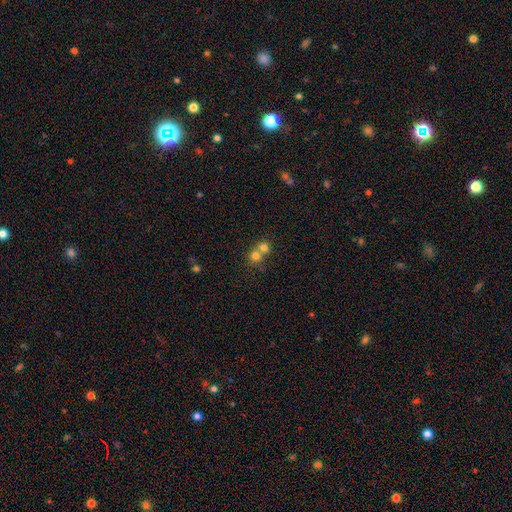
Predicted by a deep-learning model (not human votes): A smooth galaxy with no disk features (75%) that is round (85%).

Vote fractions:
- Smooth or featured? smooth: 75% / star or artifact: 13% / featured or disk: 12%
- How rounded? round: 85% / in between: 14% / cigar-shaped: 1%
- Merging? merger: 60% / none: 34% / minor disturbance: 4% / major disturbance: 2%